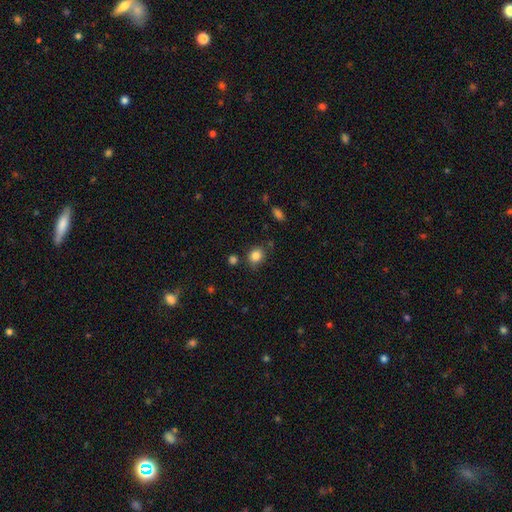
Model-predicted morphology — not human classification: Smooth or featured? Predicted: smooth (p=0.84). How rounded? Predicted: round (p=0.66). Merging? Predicted: none (p=0.76).